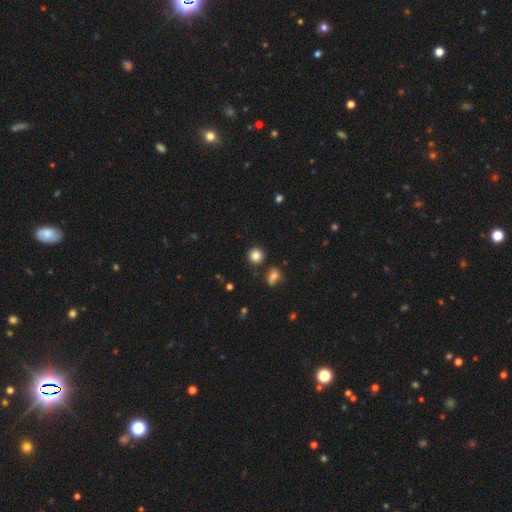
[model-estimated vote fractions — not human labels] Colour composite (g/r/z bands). It shows a smooth galaxy with no disk features (84%) that is round (91%). Merging: none (84%).